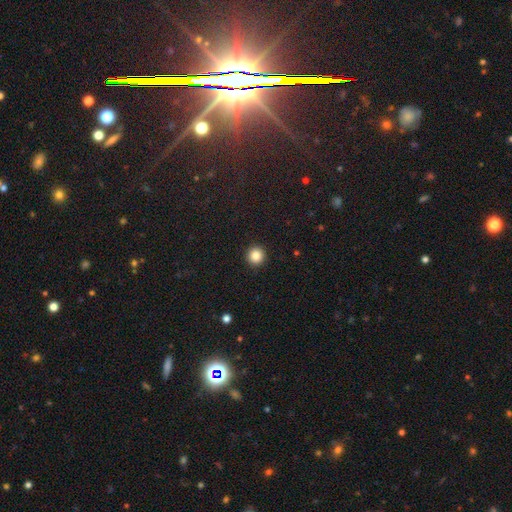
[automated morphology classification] Overall: smooth (86%). How rounded: round (95%). Merging: none (93%).